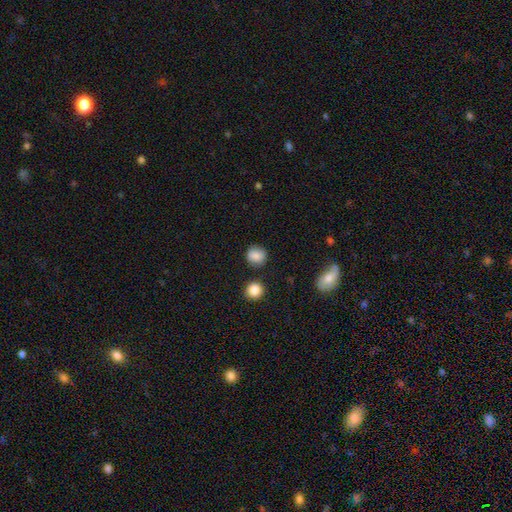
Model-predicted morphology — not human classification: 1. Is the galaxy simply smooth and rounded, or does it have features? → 85% smooth, 9% star or artifact, 6% featured or disk.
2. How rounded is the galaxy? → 87% round, 12% in between, 1% cigar-shaped.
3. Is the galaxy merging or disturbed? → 85% none, 9% minor disturbance, 3% merger, 3% major disturbance.